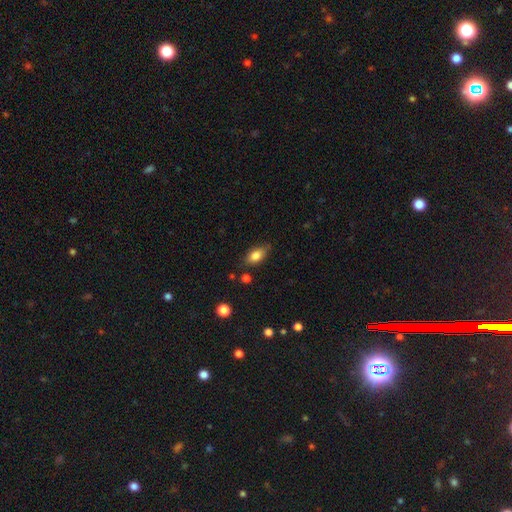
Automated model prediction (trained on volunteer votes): Morphology: type=smooth (80%); roundness=in between (86%); merging=none (76%).